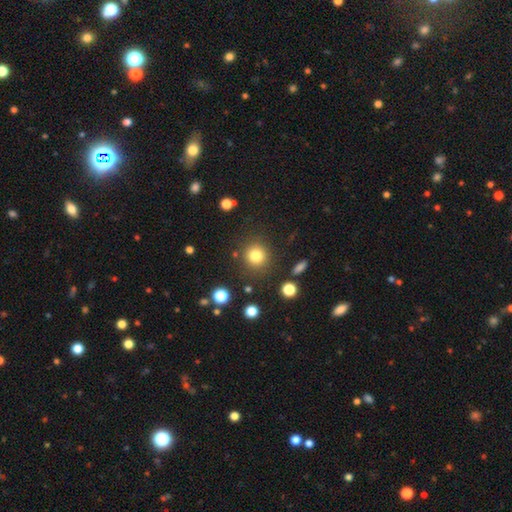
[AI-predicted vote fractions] smooth_or_featured: smooth (p=0.80) [alt: star or artifact p=0.13]
how_rounded: round (p=0.92) [alt: in between p=0.07]
merging: none (p=0.84) [alt: minor disturbance p=0.09]